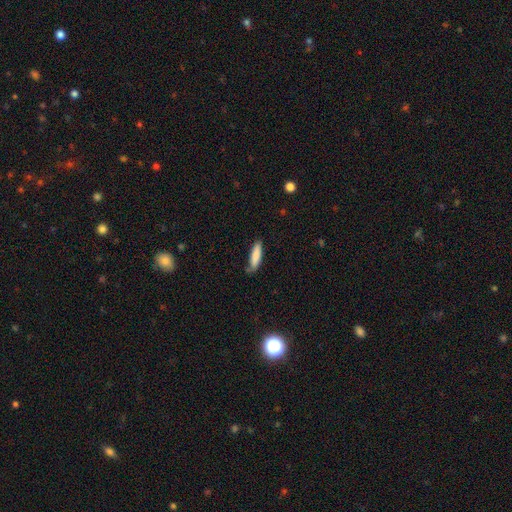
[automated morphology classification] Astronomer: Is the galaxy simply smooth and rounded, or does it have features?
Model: smooth — 82%.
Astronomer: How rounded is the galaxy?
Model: cigar-shaped — 64%.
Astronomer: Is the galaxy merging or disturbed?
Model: none — 67%.